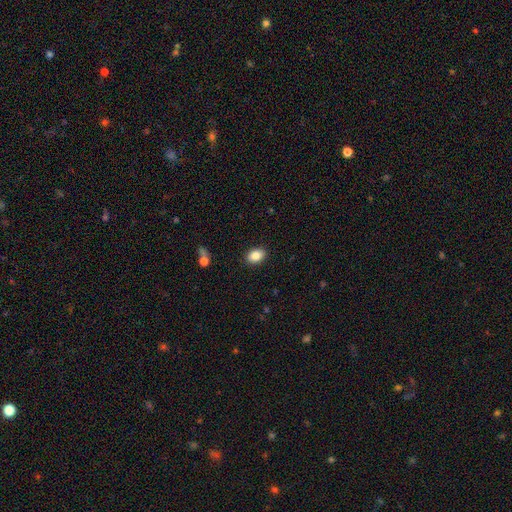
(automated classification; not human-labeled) Overall: smooth (86%). How rounded: in between (82%). Merging: none (89%).